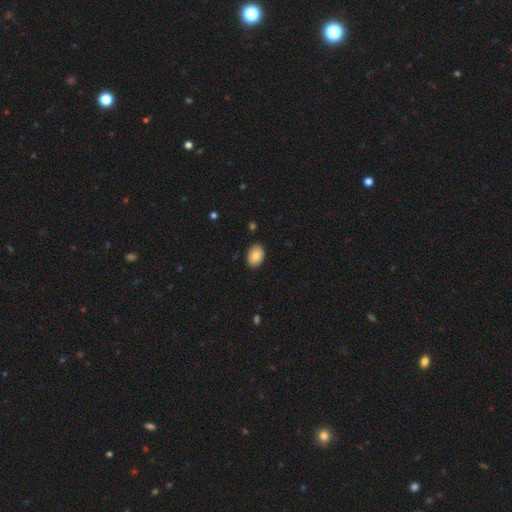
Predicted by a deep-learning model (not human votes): Morphology: type=smooth (82%); roundness=in between (79%); merging=none (87%).